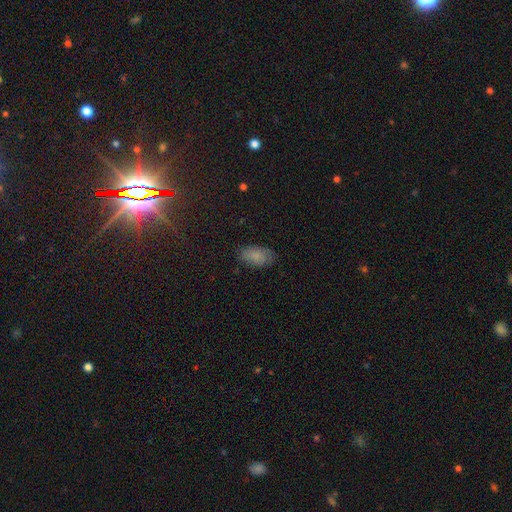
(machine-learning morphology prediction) Smooth or featured? Predicted: smooth (p=0.81). How rounded? Predicted: in between (p=0.93). Merging? Predicted: none (p=0.75).